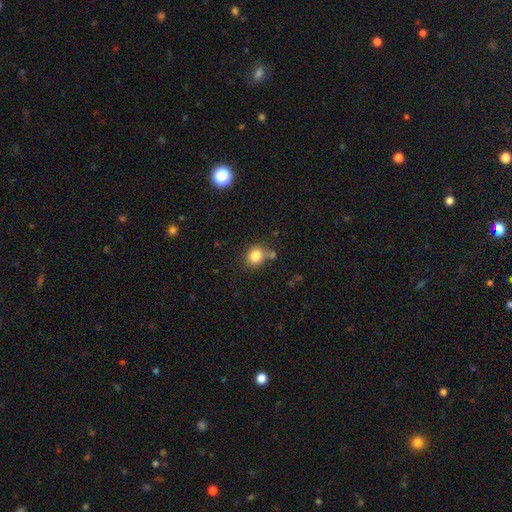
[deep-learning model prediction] Overall: smooth (83%). How rounded: round (75%). Merging: none (65%).